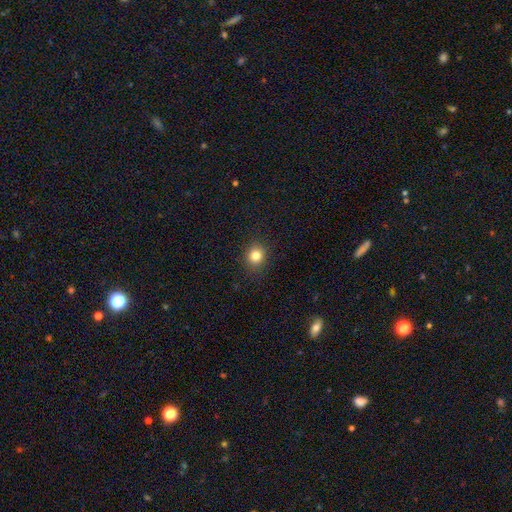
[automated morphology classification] A smooth galaxy with no disk features (82%) that is round (81%).

Vote fractions:
- Smooth or featured? smooth: 82% / star or artifact: 13% / featured or disk: 6%
- How rounded? round: 81% / in between: 18% / cigar-shaped: 1%
- Merging? none: 89% / minor disturbance: 7% / major disturbance: 2% / merger: 1%